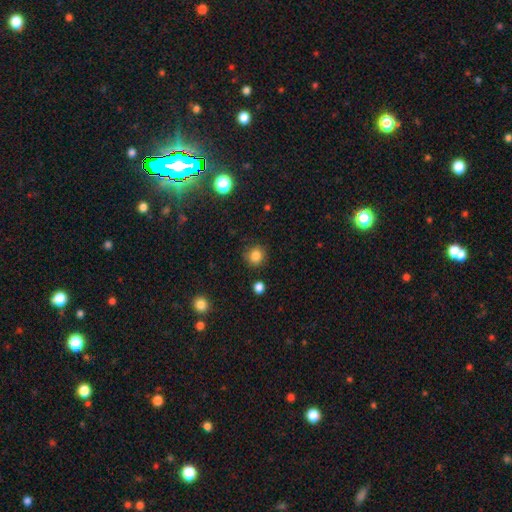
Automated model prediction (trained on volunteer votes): Smooth or featured? Predicted: smooth (p=0.84). How rounded? Predicted: round (p=0.87). Merging? Predicted: none (p=0.83).